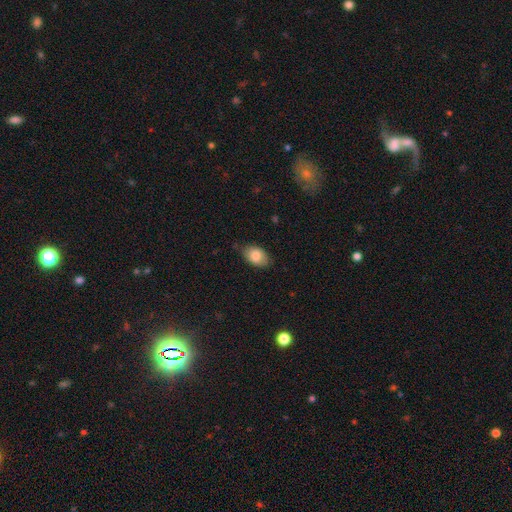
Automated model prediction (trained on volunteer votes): This is clearly a smooth galaxy (83%). How rounded: clearly in between (90%). Merging: likely none (79%).